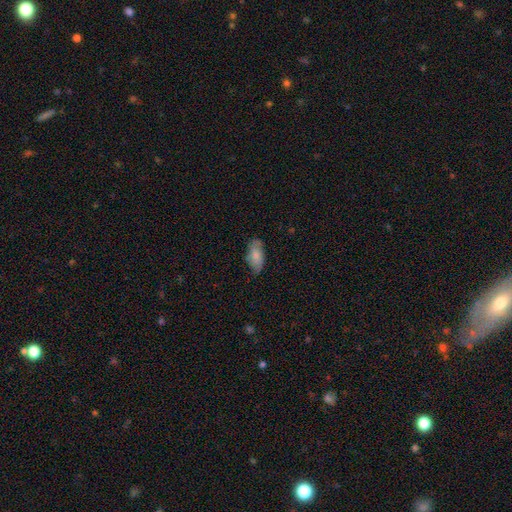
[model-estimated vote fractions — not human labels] A smooth galaxy with no disk features (69%) that is in between round and cigar-shaped (90%).

Vote fractions:
- Smooth or featured? smooth: 69% / featured or disk: 24% / star or artifact: 7%
- How rounded? in between: 90% / cigar-shaped: 7% / round: 3%
- Merging? none: 70% / minor disturbance: 23% / major disturbance: 5% / merger: 1%